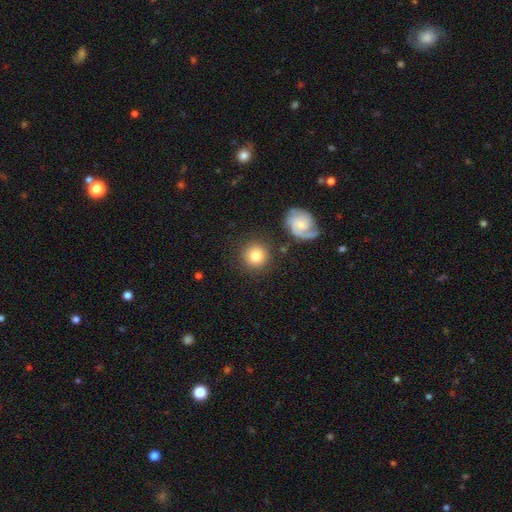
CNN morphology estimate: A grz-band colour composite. It shows a smooth galaxy with no disk features (75%) that is round (93%). Merging: none (83%).